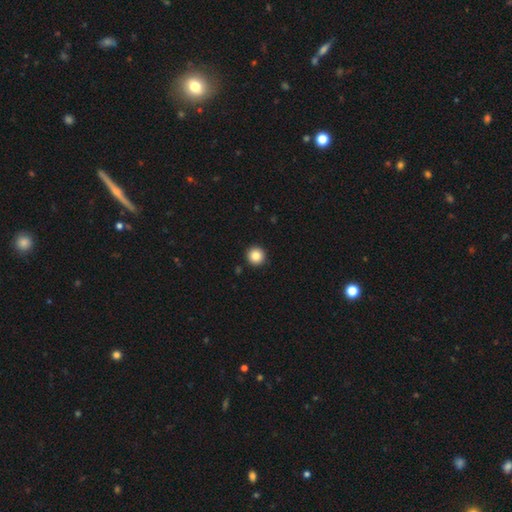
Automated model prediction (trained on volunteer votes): smooth_or_featured: smooth (p=0.86) [alt: star or artifact p=0.10]
how_rounded: round (p=0.96) [alt: in between p=0.03]
merging: none (p=0.93) [alt: minor disturbance p=0.04]